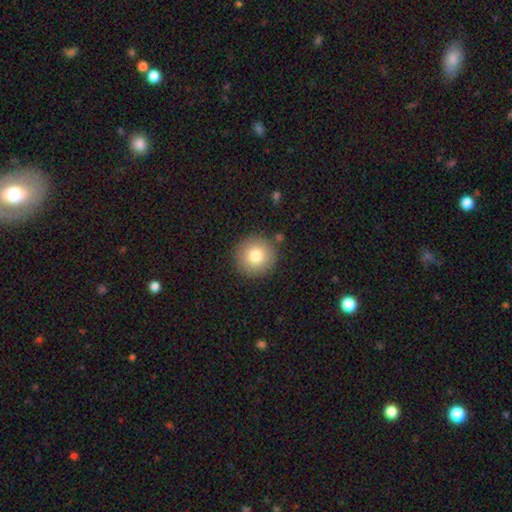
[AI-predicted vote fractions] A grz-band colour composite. It shows a smooth galaxy with no disk features (81%) that is round (96%). Merging: none (88%).